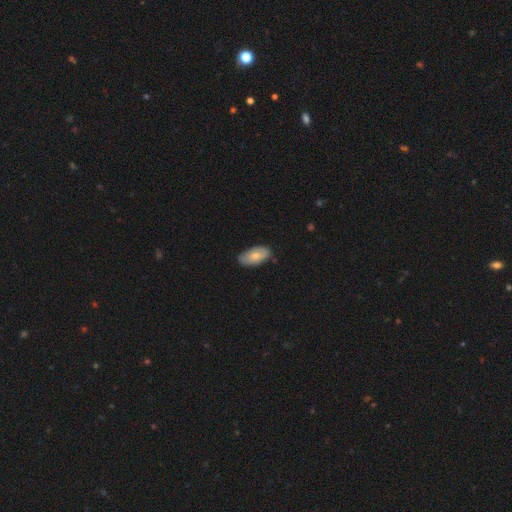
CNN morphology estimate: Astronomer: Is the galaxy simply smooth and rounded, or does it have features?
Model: smooth — 73%.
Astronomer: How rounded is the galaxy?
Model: in between — 94%.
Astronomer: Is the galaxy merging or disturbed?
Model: none — 78%.